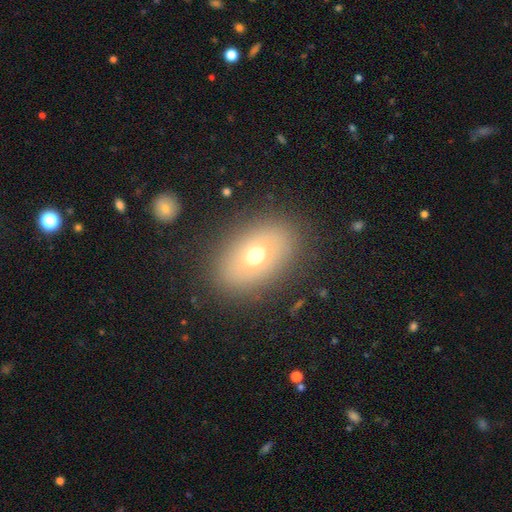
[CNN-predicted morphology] Q: Smooth or featured?
A: smooth (60%); runner-up: featured or disk (29%)
Q: How rounded?
A: in between (82%); runner-up: round (17%)
Q: Merging?
A: none (84%); runner-up: minor disturbance (10%)